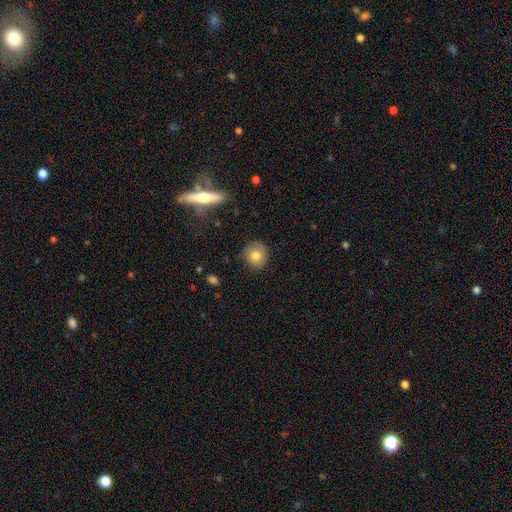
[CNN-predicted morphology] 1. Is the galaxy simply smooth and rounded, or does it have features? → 76% smooth, 15% featured or disk, 9% star or artifact.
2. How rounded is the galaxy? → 87% round, 12% in between, 1% cigar-shaped.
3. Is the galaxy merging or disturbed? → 77% none, 17% minor disturbance, 4% major disturbance, 2% merger.